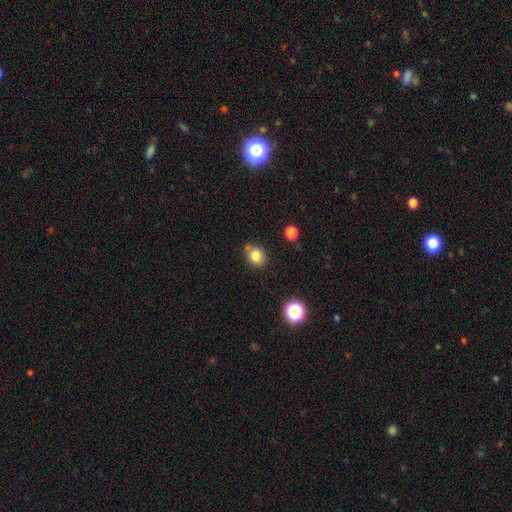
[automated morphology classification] This appears to be a smooth galaxy with no disk features (81%) that is round (64%). Merging: none (70%).